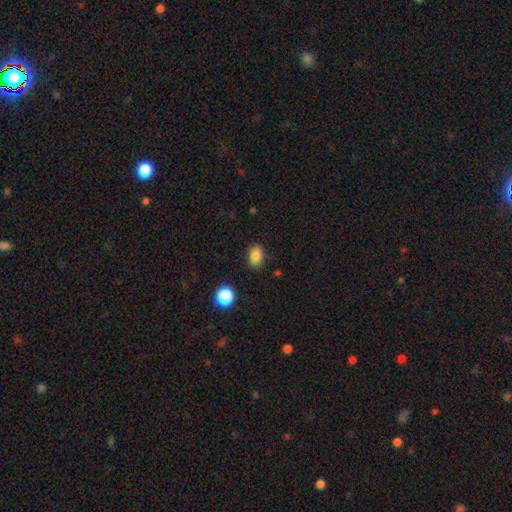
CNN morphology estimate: Smooth or featured: smooth — 85% (star or artifact — 11%)
How rounded: in between — 78% (round — 21%)
Merging: none — 86% (minor disturbance — 10%)